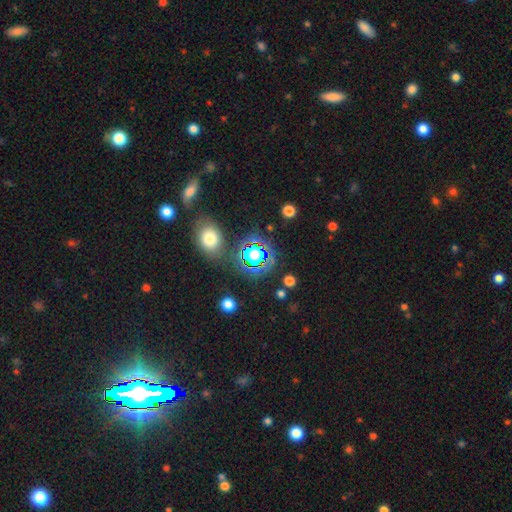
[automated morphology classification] Smooth or featured: star or artifact — 55% (smooth — 33%)